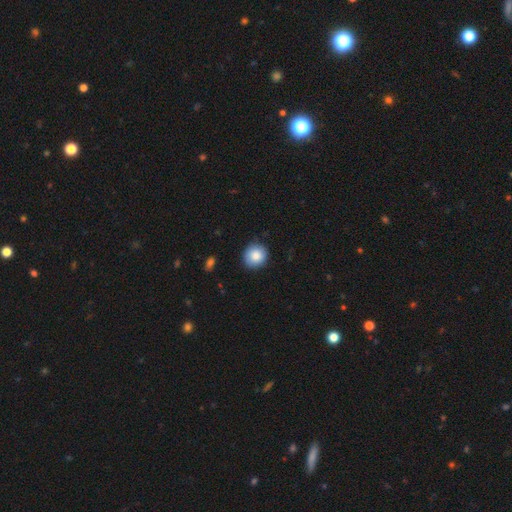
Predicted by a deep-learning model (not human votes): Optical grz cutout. It shows a smooth galaxy with no disk features (85%) that is round (88%). Merging: none (86%).